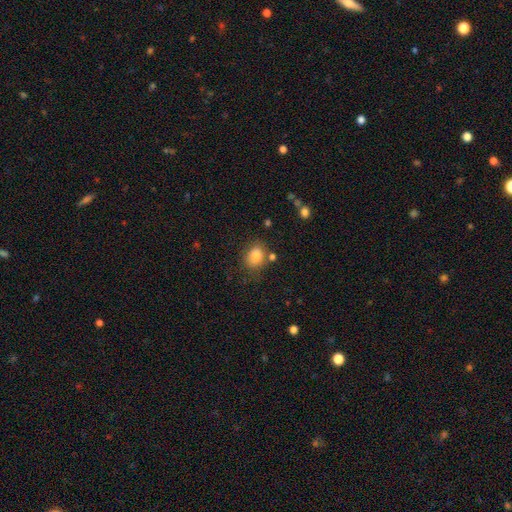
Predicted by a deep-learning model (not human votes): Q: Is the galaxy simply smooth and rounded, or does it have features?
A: smooth — 83%.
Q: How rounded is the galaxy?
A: in between — 60%.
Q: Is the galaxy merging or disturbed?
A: none — 71%.